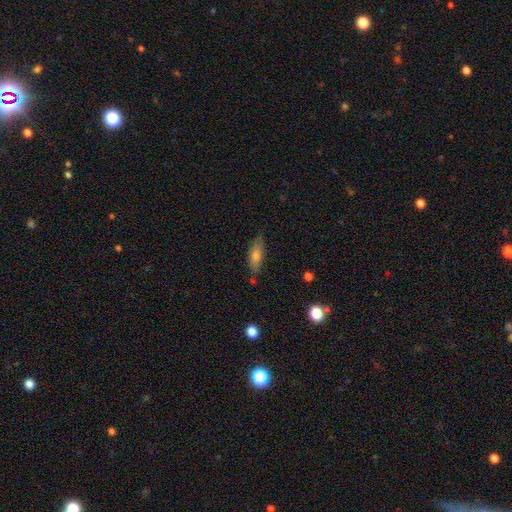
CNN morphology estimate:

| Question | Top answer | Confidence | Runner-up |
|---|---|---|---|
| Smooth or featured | smooth | 66% | featured or disk (26%) |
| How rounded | in between | 63% | cigar-shaped (34%) |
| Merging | none | 76% | minor disturbance (17%) |